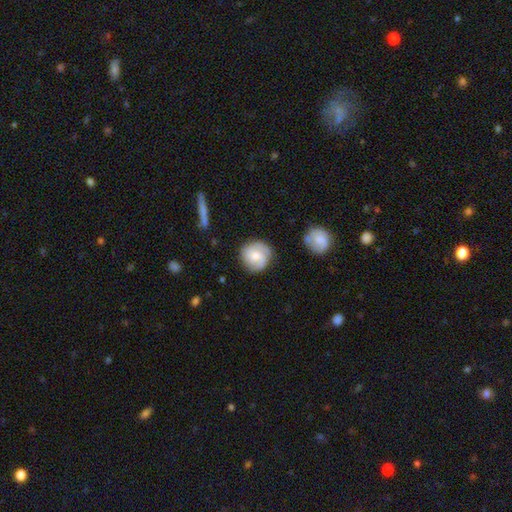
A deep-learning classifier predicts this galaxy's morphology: Smooth or featured? Predicted: featured or disk (p=0.61). Edge-on disk? Predicted: no (p=0.98). Bar? Predicted: no (p=0.67). Spiral arms? Predicted: yes (p=0.93). Spiral winding? Predicted: tight (p=0.49). Spiral arm count? Predicted: 2 (p=0.41). Bulge size? Predicted: moderate (p=0.50). Merging? Predicted: none (p=0.79).